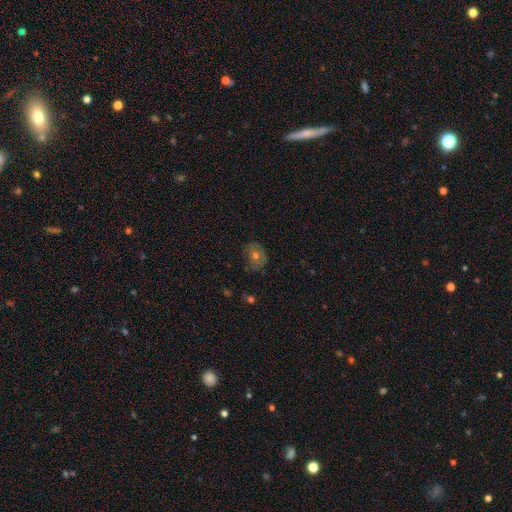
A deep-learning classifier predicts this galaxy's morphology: Overall: smooth (48%; featured or disk 35%). Merging: none (70%).